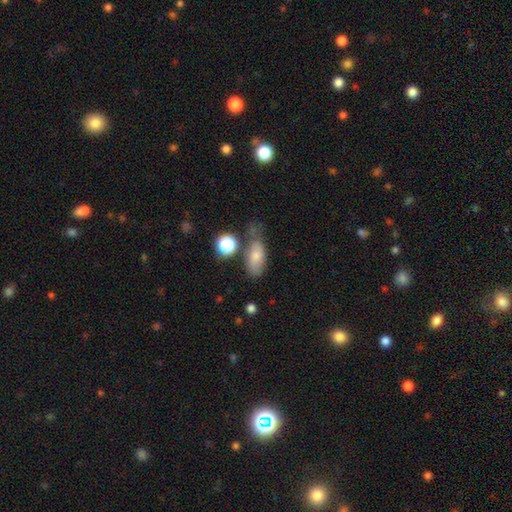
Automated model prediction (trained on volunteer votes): This appears to be a smooth galaxy with no disk features (72%) that is in between round and cigar-shaped (83%). Merging: none (52%).